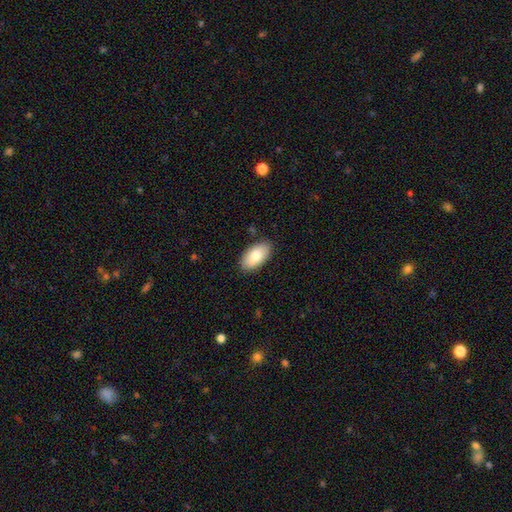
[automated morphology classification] Smooth or featured? Predicted: smooth (p=0.78). How rounded? Predicted: in between (p=0.95). Merging? Predicted: none (p=0.86).